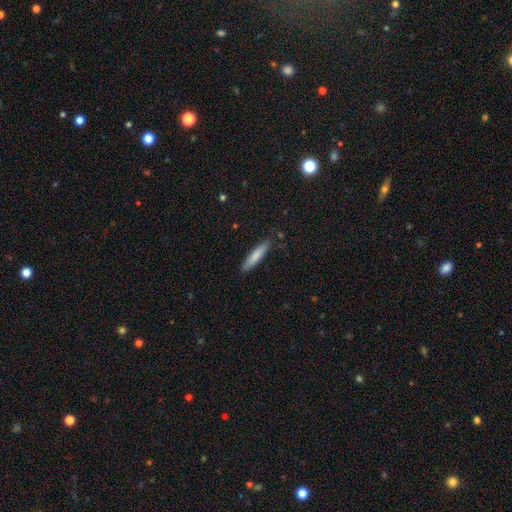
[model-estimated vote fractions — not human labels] Morphology: type=smooth (80%); roundness=cigar-shaped (83%); merging=none (84%).